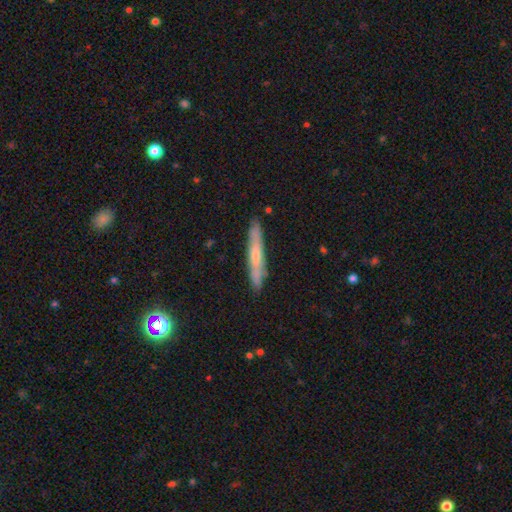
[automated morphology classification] Smooth or featured?
  - smooth: 50% *
  - featured or disk: 44%
  - star or artifact: 6%
How rounded?
  - cigar-shaped: 94% *
  - in between: 5%
  - round: 1%
Merging?
  - none: 86% *
  - minor disturbance: 11%
  - major disturbance: 2%
  - merger: 2%